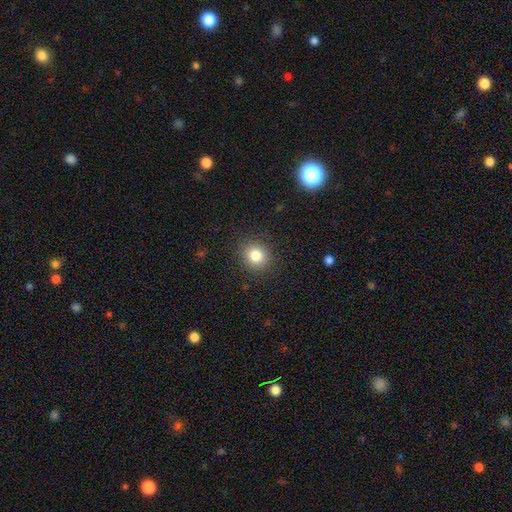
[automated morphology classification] This appears to be a smooth galaxy with no disk features (82%) that is round (85%). Merging: none (89%).